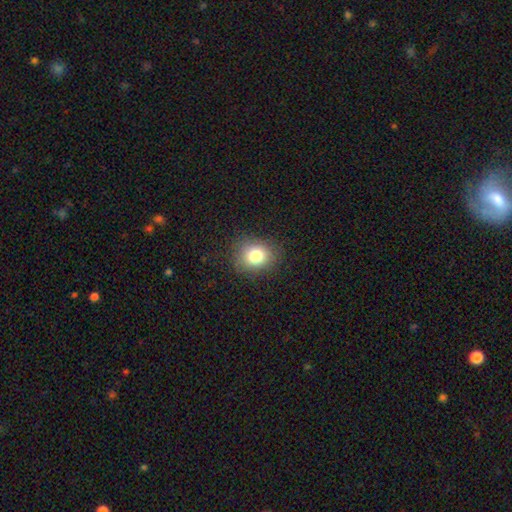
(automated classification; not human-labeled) This is clearly a smooth galaxy (81%). How rounded: likely round (66%). Merging: clearly none (84%).